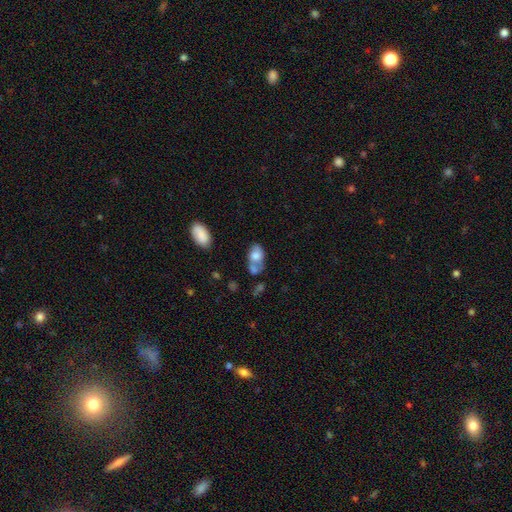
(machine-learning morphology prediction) Smooth or featured: smooth — 65% (featured or disk — 27%)
How rounded: in between — 87% (round — 11%)
Merging: merger — 35% (none — 34%)